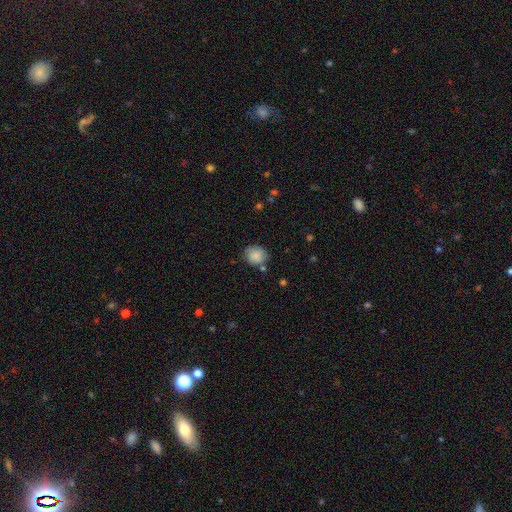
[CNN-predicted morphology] smooth-or-featured: smooth: 87% | star or artifact: 8% | featured or disk: 5%
  how-rounded: round: 78% | in between: 22% | cigar-shaped: 1%
  merging: none: 77% | minor disturbance: 14% | merger: 5% | major disturbance: 4%